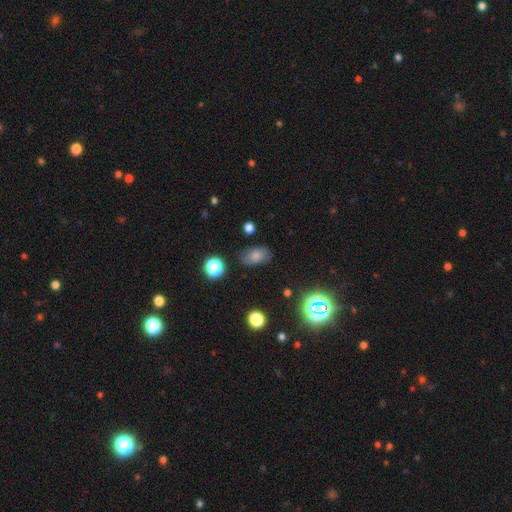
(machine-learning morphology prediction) The model was most divided on "smooth or featured": smooth: 76%, star or artifact: 14%, featured or disk: 10%. More confident: how rounded — in between (88%); merging — none (80%).